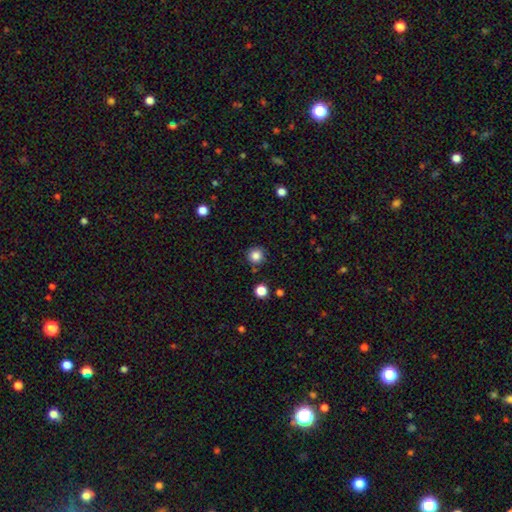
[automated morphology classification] The model was most divided on "smooth or featured": smooth: 85%, star or artifact: 11%, featured or disk: 4%. More confident: how rounded — round (95%); merging — none (87%).